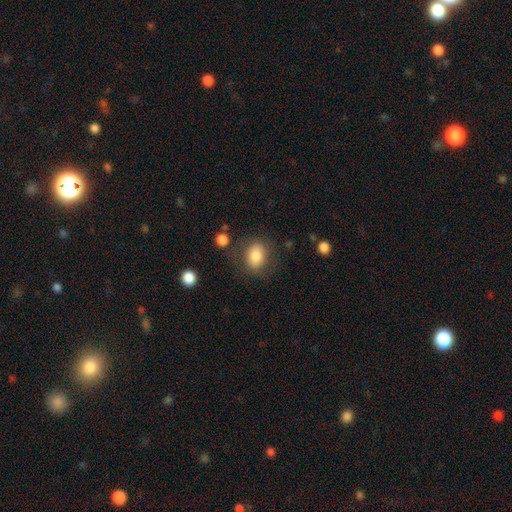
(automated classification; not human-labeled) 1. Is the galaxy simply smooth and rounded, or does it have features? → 81% smooth, 11% featured or disk, 8% star or artifact.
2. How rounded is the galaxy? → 64% in between, 34% round, 1% cigar-shaped.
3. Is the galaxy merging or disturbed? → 76% none, 14% minor disturbance, 6% major disturbance, 3% merger.